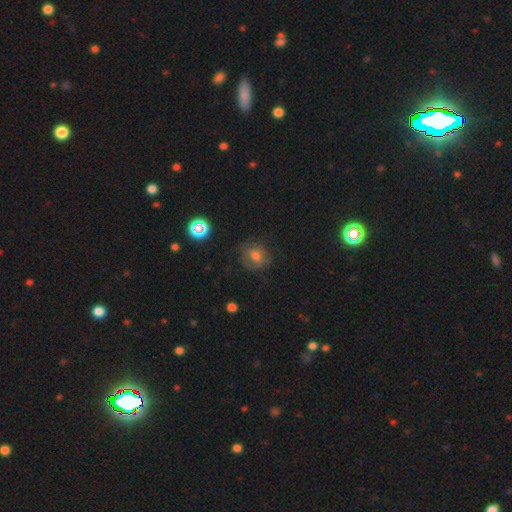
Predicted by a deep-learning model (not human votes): This is possibly a smooth galaxy (55%). How rounded: likely round (74%). Merging: likely none (73%).